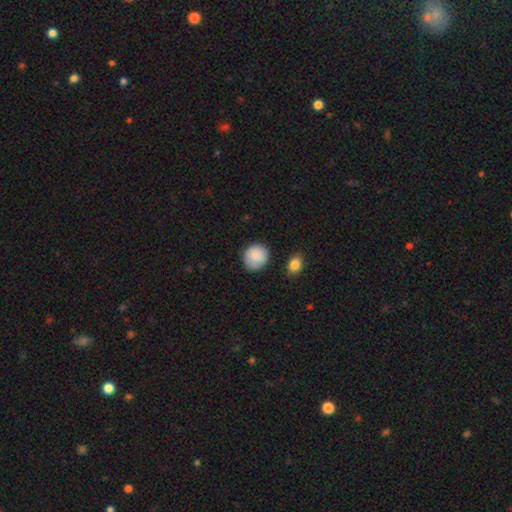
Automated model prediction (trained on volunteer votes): A smooth galaxy with no disk features (88%) that is round (87%).

Vote fractions:
- Smooth or featured? smooth: 88% / star or artifact: 7% / featured or disk: 4%
- How rounded? round: 87% / in between: 12% / cigar-shaped: 1%
- Merging? none: 80% / minor disturbance: 14% / major disturbance: 3% / merger: 2%